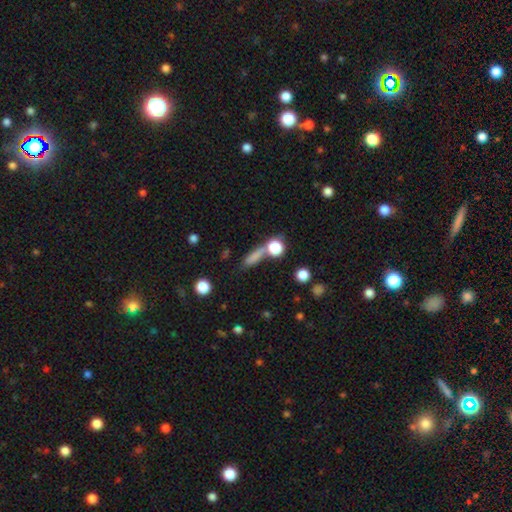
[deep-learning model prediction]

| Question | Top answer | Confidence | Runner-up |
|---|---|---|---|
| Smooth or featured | smooth | 72% | featured or disk (14%) |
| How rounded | cigar-shaped | 56% | in between (27%) |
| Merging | none | 56% | merger (22%) |